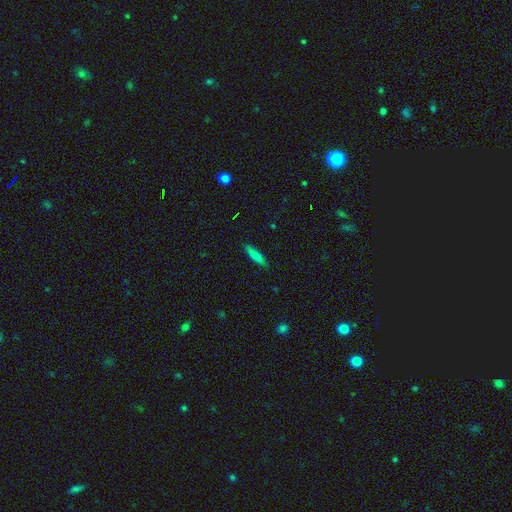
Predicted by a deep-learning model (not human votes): This appears to be a smooth galaxy with no disk features (77%) that is cigar-shaped (76%). Merging: none (87%).